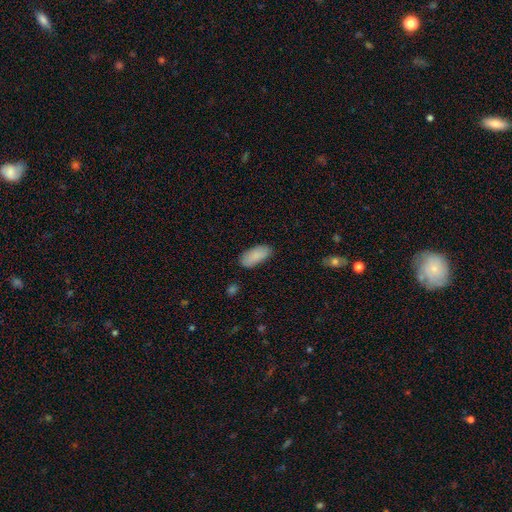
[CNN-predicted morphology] A smooth galaxy with no disk features (89%) that is in between round and cigar-shaped (90%).

Vote fractions:
- Smooth or featured? smooth: 89% / star or artifact: 6% / featured or disk: 5%
- How rounded? in between: 90% / cigar-shaped: 9% / round: 2%
- Merging? none: 84% / minor disturbance: 12% / major disturbance: 3% / merger: 1%